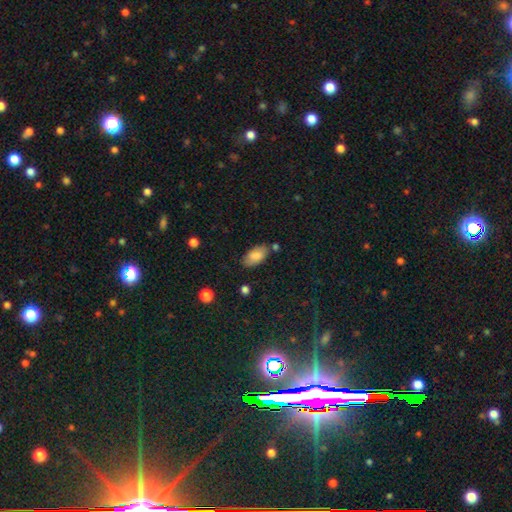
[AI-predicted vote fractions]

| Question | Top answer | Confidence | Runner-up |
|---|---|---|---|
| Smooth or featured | smooth | 78% | featured or disk (14%) |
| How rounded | in between | 93% | cigar-shaped (4%) |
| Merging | none | 73% | minor disturbance (18%) |